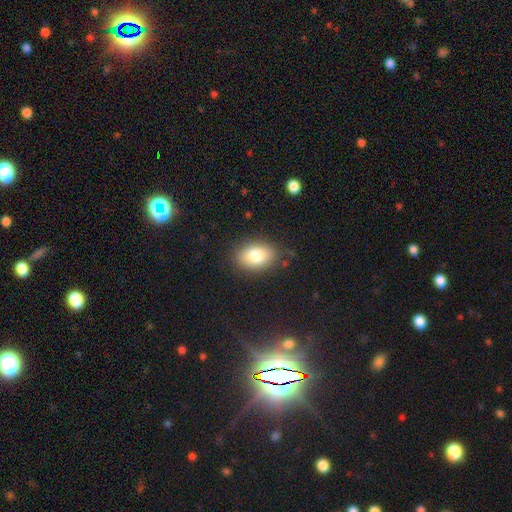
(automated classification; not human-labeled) A smooth galaxy with no disk features (81%) that is in between round and cigar-shaped (84%).

Vote fractions:
- Smooth or featured? smooth: 81% / featured or disk: 11% / star or artifact: 8%
- How rounded? in between: 84% / round: 15% / cigar-shaped: 1%
- Merging? none: 82% / minor disturbance: 12% / major disturbance: 4% / merger: 2%